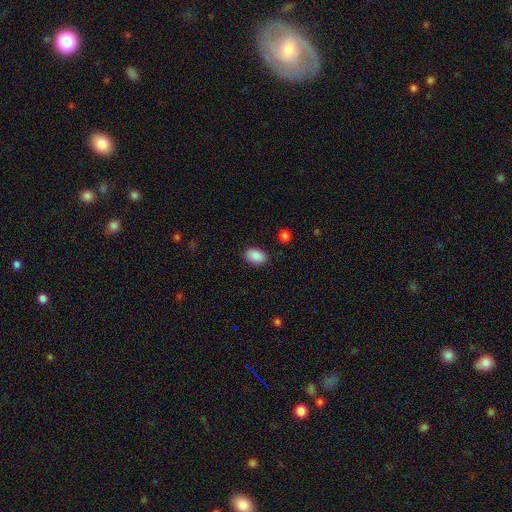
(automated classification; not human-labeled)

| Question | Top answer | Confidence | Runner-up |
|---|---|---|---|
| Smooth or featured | smooth | 90% | star or artifact (7%) |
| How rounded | in between | 82% | round (17%) |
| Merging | none | 87% | minor disturbance (9%) |